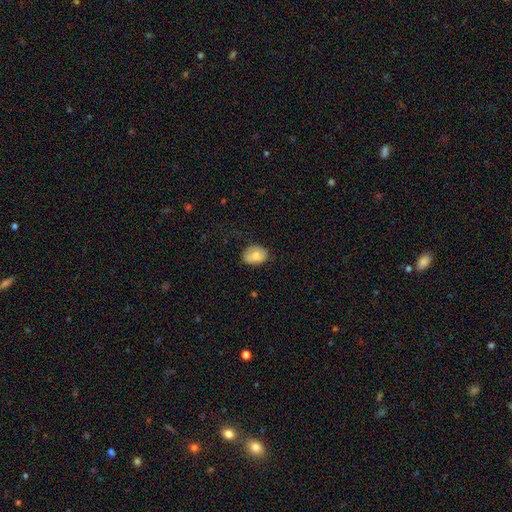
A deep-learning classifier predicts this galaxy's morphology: Smooth or featured: smooth — 78% (featured or disk — 15%)
How rounded: in between — 74% (round — 25%)
Merging: none — 72% (minor disturbance — 22%)